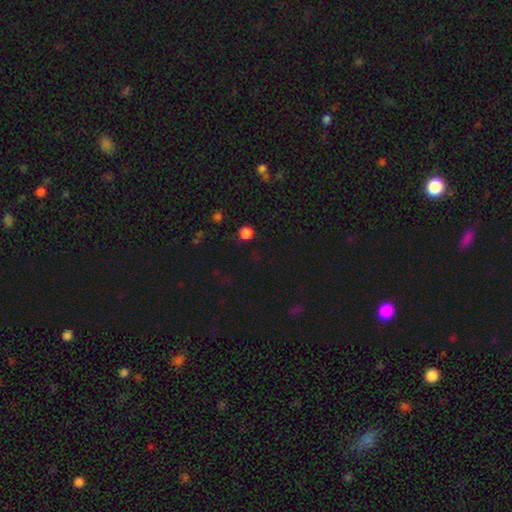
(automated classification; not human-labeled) Overall: smooth (59%; star or artifact 36%). How rounded: round (90%). Merging: none (82%).